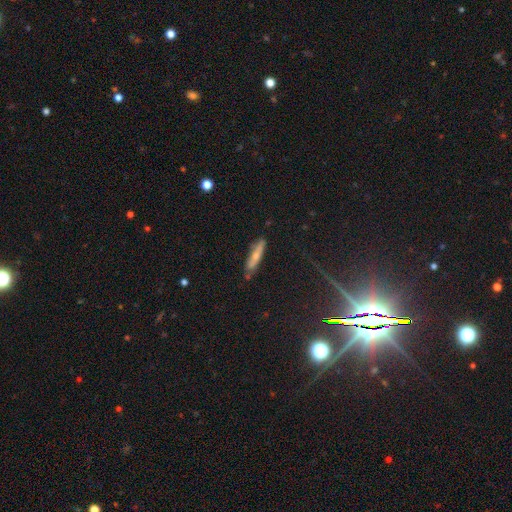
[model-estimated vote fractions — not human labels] Smooth or featured? Predicted: smooth (p=0.59). How rounded? Predicted: cigar-shaped (p=0.86). Merging? Predicted: none (p=0.76).